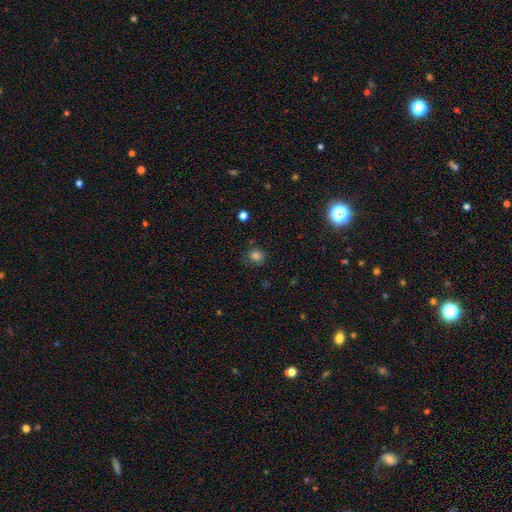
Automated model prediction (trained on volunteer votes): Morphology: type=smooth (82%); roundness=round (80%); merging=none (78%).